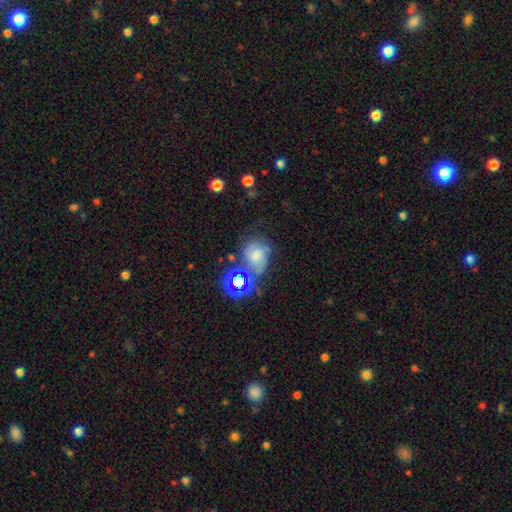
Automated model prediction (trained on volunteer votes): A smooth galaxy with no disk features (35%). Merging: none (51%).